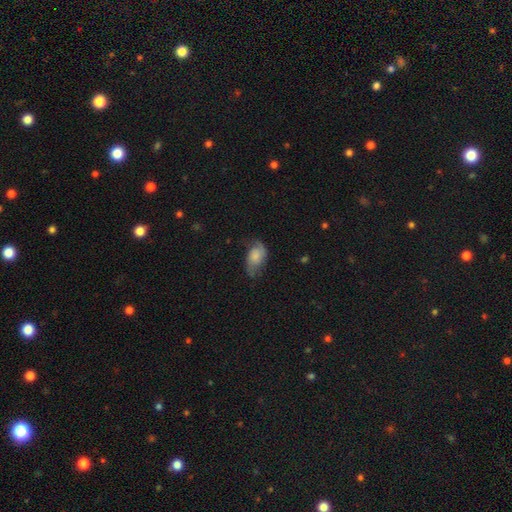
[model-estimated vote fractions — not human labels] Overall: featured or disk (47%; smooth 45%). Merging: none (56%; minor disturbance 28%).